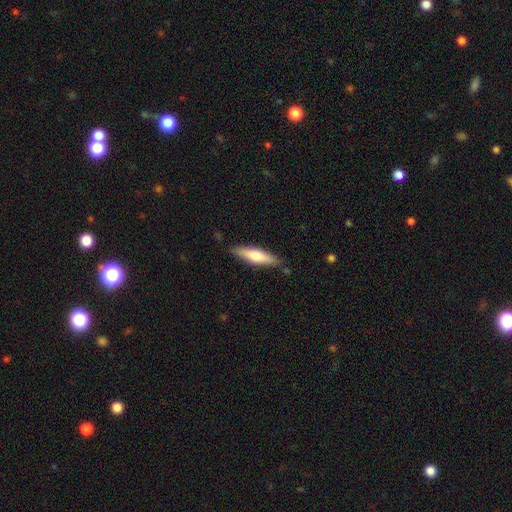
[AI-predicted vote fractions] Morphology: type=smooth (58%); roundness=cigar-shaped (71%); merging=none (85%).